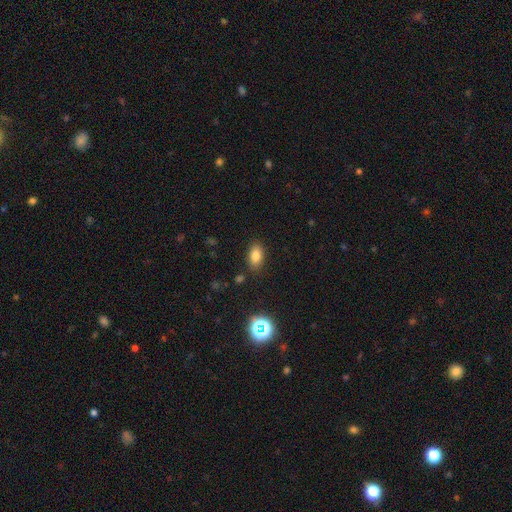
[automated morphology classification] This appears to be a smooth galaxy with no disk features (80%) that is in between round and cigar-shaped (88%). Merging: none (85%).